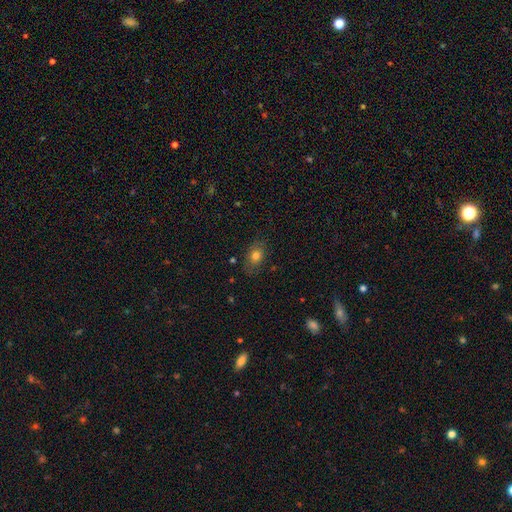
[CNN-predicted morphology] smooth-or-featured: smooth: 75% | featured or disk: 14% | star or artifact: 10%
  how-rounded: in between: 80% | round: 18% | cigar-shaped: 2%
  merging: none: 79% | minor disturbance: 16% | major disturbance: 4% | merger: 2%